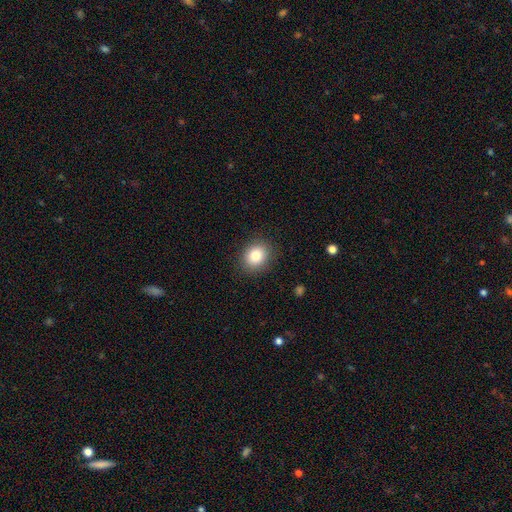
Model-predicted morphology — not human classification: Smooth or featured? Predicted: smooth (p=0.83). How rounded? Predicted: round (p=0.61). Merging? Predicted: none (p=0.89).